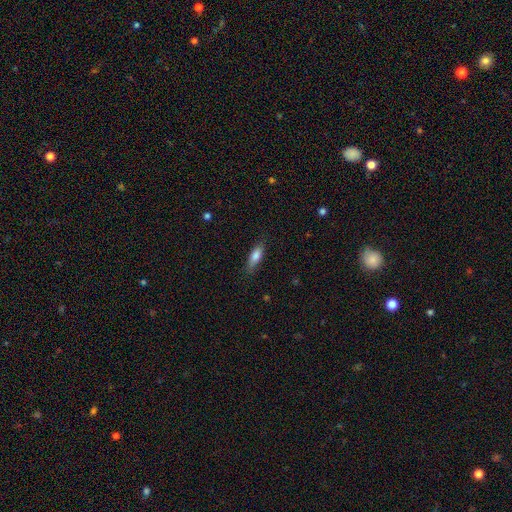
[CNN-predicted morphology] type=smooth (78%); roundness=in between (59%); merging=none (79%).